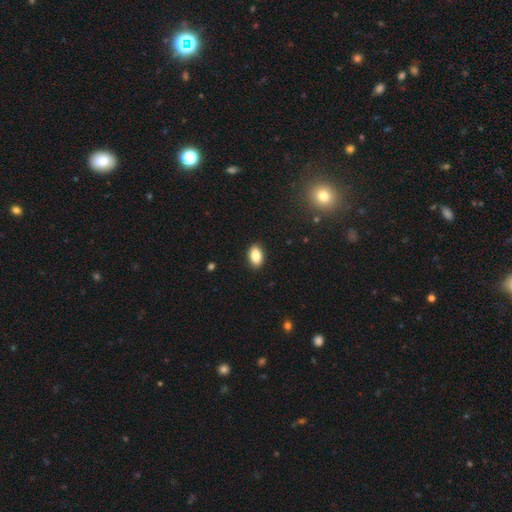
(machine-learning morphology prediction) This is clearly a smooth galaxy (86%). How rounded: clearly in between (90%). Merging: clearly none (90%).